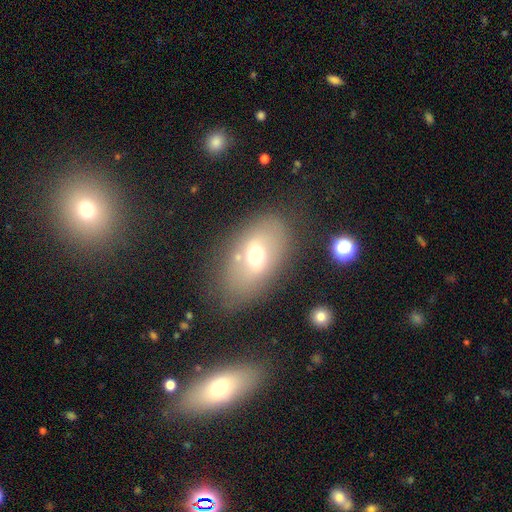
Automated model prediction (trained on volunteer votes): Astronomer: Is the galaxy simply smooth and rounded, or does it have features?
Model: smooth — 56% (runner-up: featured or disk, 32%).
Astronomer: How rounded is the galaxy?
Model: in between — 85%.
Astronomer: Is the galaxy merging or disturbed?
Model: none — 71%.